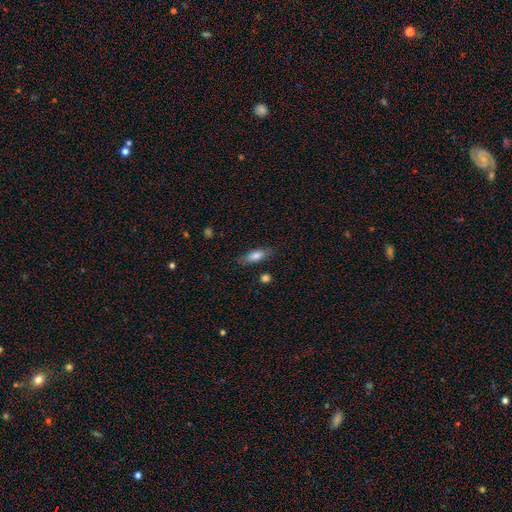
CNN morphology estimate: Smooth or featured? Predicted: smooth (p=0.79). How rounded? Predicted: in between (p=0.69). Merging? Predicted: none (p=0.79).